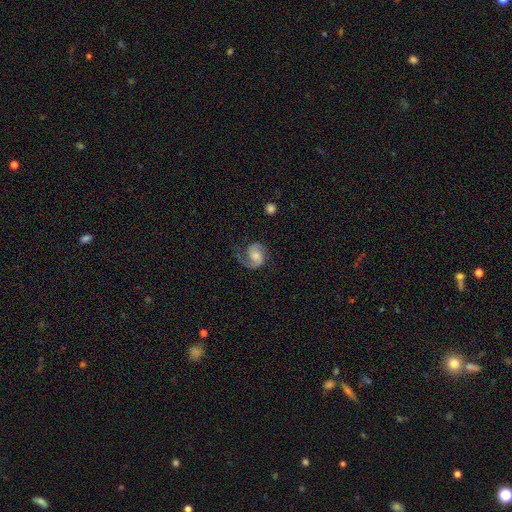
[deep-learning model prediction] This is clearly a featured or disk galaxy (80%). It is clearly not viewed edge-on (98%). Bar: possibly no (60%). Spiral arm pattern: clearly yes (97%). Spiral arm count: likely 2 (75%). Spiral winding: possibly medium (50%). Central bulge: marginally moderate (38%). Merging: likely none (62%).